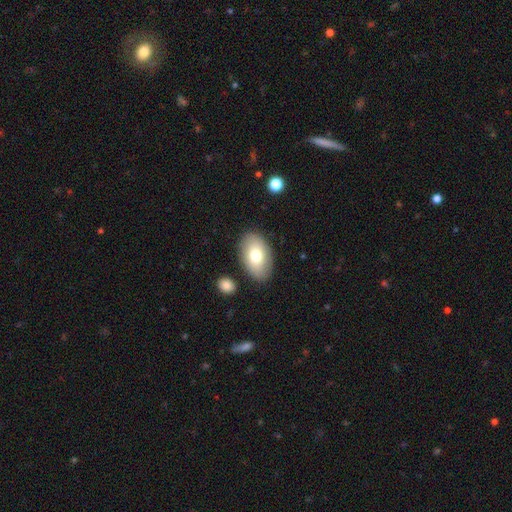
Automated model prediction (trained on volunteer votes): smooth_or_featured: smooth (p=0.73) [alt: featured or disk p=0.20]
how_rounded: in between (p=0.91) [alt: round p=0.07]
merging: none (p=0.84) [alt: minor disturbance p=0.11]